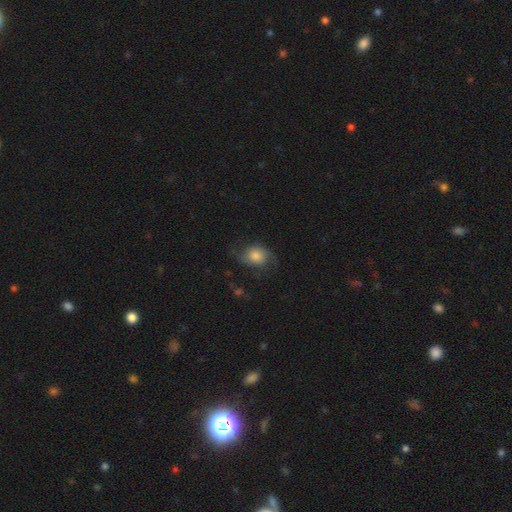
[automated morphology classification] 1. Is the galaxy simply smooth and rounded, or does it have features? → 58% smooth, 33% featured or disk, 10% star or artifact.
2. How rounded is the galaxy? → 51% round, 48% in between, 1% cigar-shaped.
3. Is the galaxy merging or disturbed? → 53% none, 26% minor disturbance, 19% major disturbance, 2% merger.